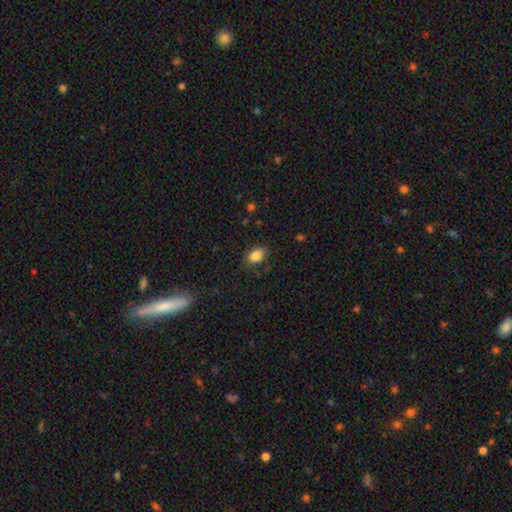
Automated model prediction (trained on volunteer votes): Smooth or featured? smooth (86%)
How rounded? in between (85%)
Merging? none (80%)